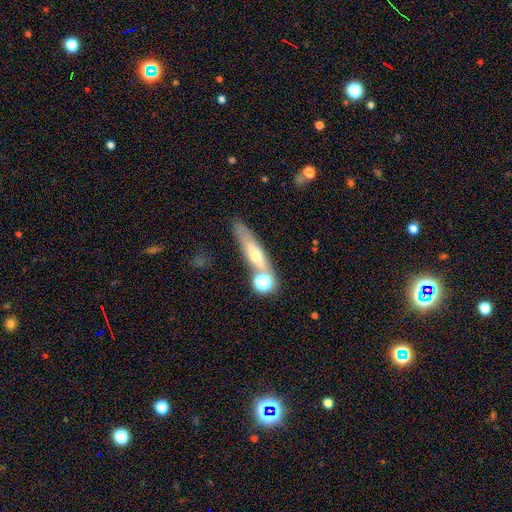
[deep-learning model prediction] Morphology: type=featured or disk (45%); merging=none (67%).